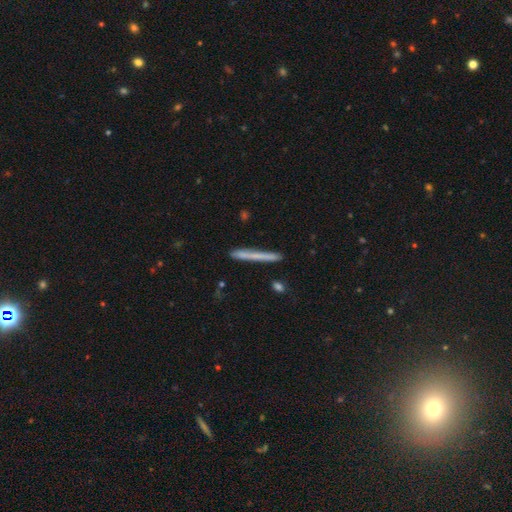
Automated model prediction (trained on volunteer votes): This is likely a smooth galaxy (61%). How rounded: clearly cigar-shaped (97%). Merging: clearly none (88%).